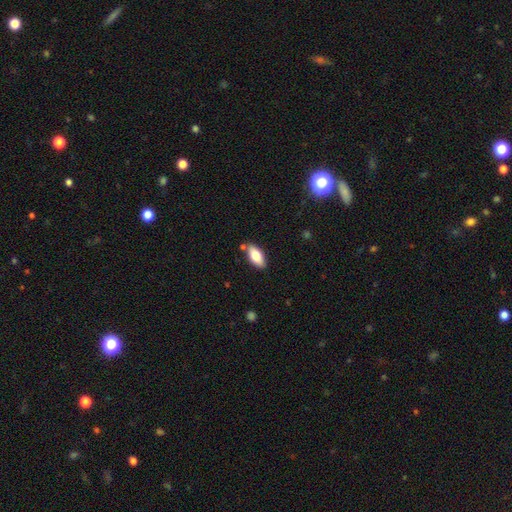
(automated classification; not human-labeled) smooth_or_featured: smooth (p=0.77) [alt: featured or disk p=0.16]
how_rounded: in between (p=0.87) [alt: cigar-shaped p=0.10]
merging: none (p=0.80) [alt: minor disturbance p=0.13]